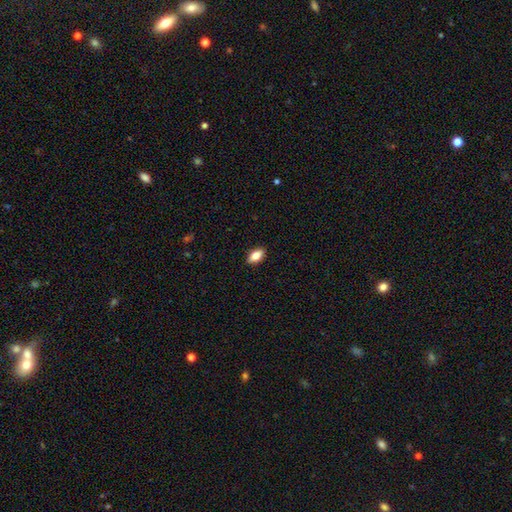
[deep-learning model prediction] This is likely a smooth galaxy (76%). How rounded: clearly in between (87%). Merging: clearly none (89%).